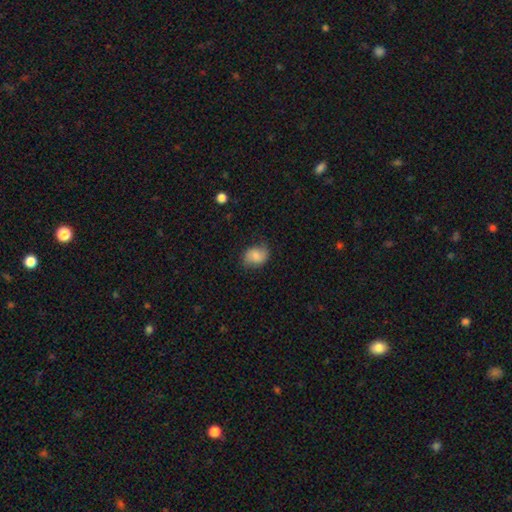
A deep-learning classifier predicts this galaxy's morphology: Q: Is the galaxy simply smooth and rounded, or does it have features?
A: smooth — 71%.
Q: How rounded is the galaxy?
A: in between — 55%.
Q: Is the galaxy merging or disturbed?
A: none — 65%.